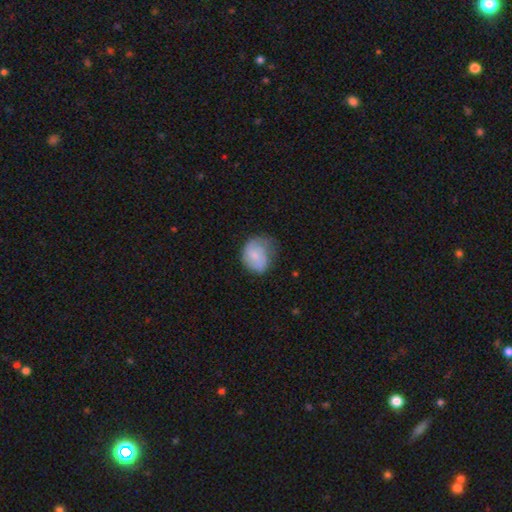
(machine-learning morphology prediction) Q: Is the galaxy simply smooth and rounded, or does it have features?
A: smooth — 65%.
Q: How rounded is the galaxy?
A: round — 52%.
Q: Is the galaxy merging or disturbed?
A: none — 39%, tied with minor disturbance.